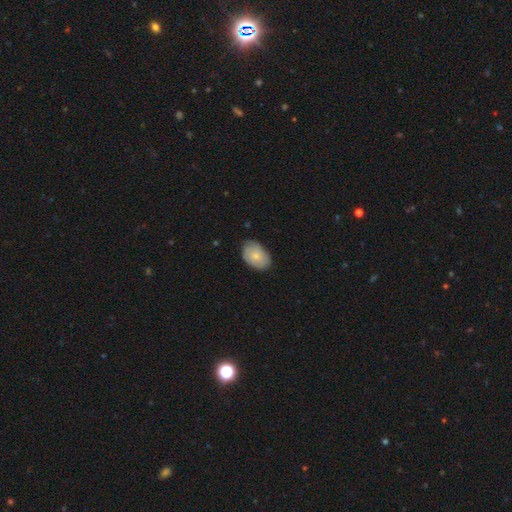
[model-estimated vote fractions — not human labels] Overall: smooth (66%; featured or disk 28%). How rounded: in between (86%). Merging: none (76%).